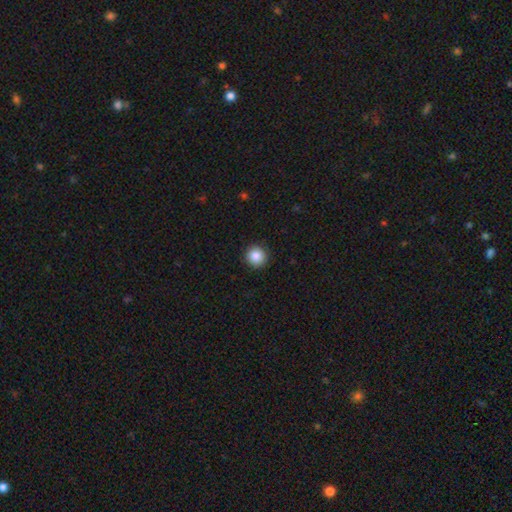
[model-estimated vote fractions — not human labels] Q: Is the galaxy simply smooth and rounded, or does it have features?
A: smooth — 87%.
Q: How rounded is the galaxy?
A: round — 94%.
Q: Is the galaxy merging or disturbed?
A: none — 92%.